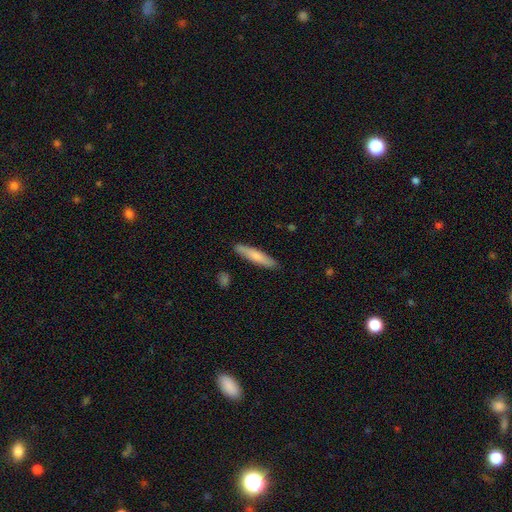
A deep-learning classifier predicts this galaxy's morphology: Q: Smooth or featured?
A: smooth (73%); runner-up: featured or disk (21%)
Q: How rounded?
A: cigar-shaped (87%); runner-up: in between (12%)
Q: Merging?
A: none (87%); runner-up: minor disturbance (9%)